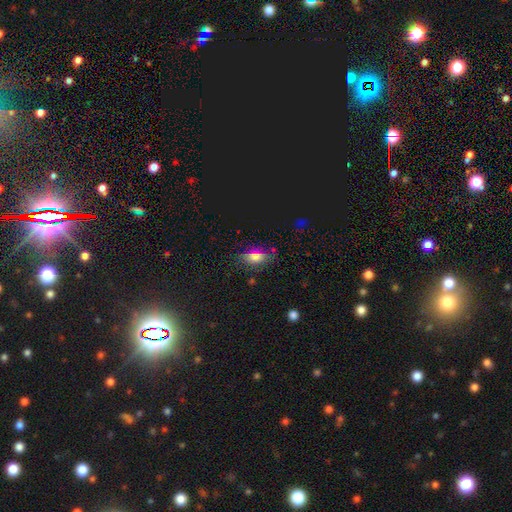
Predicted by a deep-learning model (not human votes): A smooth galaxy with no disk features (65%) that is in between round and cigar-shaped (84%). Merging: none (77%).